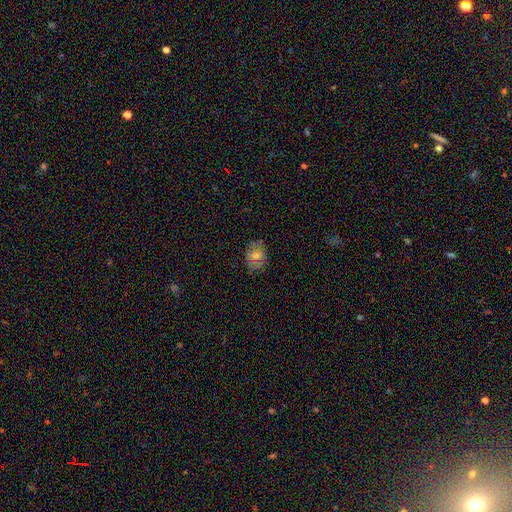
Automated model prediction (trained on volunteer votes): A smooth galaxy with no disk features (57%) that is round (50%). Merging: none (79%).